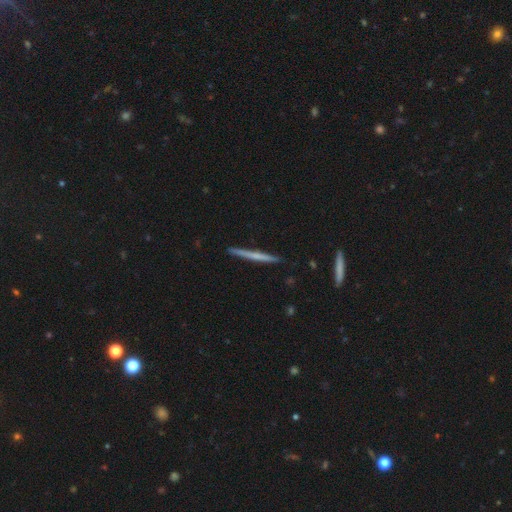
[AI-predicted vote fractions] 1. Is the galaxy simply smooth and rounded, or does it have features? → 52% featured or disk, 42% smooth, 5% star or artifact.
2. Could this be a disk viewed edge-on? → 98% yes, 2% no.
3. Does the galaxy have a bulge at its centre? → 76% none, 18% rounded, 5% boxy.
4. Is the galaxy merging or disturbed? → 91% none, 7% minor disturbance, 1% merger, 1% major disturbance.